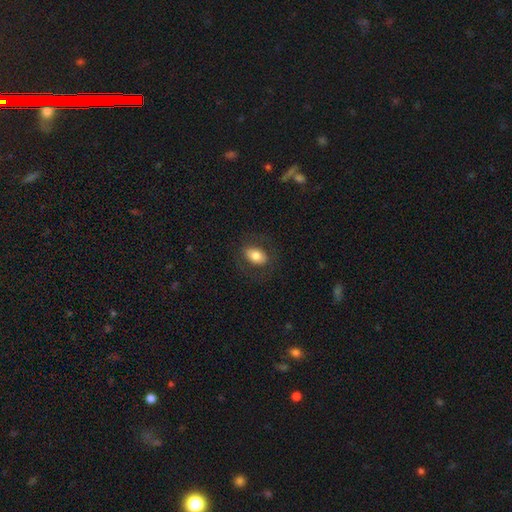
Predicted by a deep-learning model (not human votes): smooth 74%, featured or disk 19%, star or artifact 8%. Down the decision tree: how rounded — in between (83%); merging — none (79%).